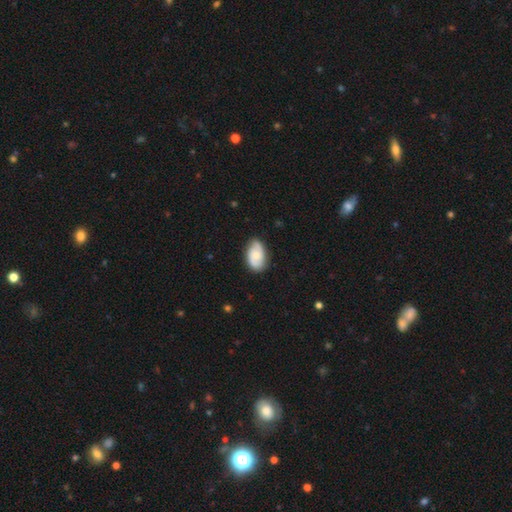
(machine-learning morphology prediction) type=featured or disk (50%); edge-on=no (96%); merging=none (81%).